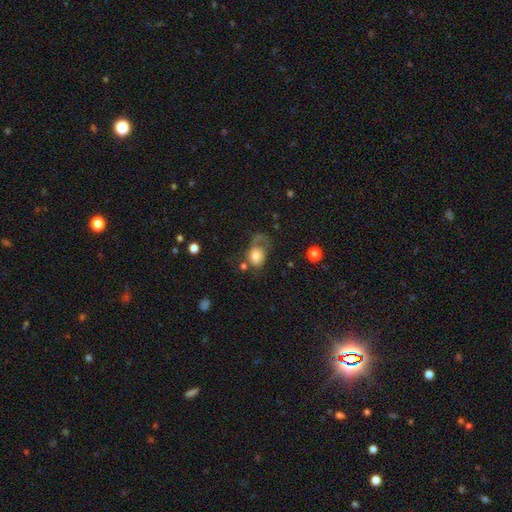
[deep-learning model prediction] Smooth or featured: smooth — 65% (featured or disk — 26%)
How rounded: in between — 59% (round — 40%)
Merging: major disturbance — 43% (none — 27%)